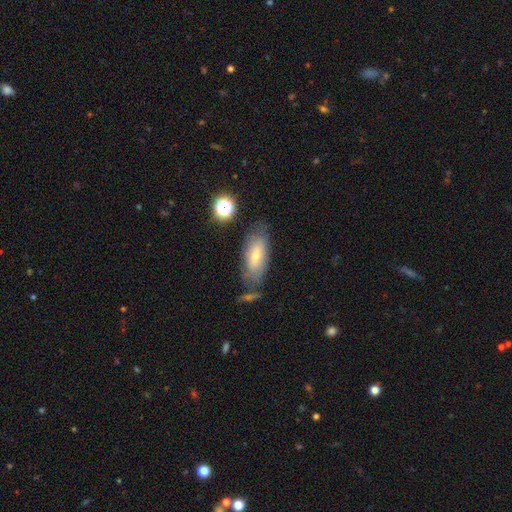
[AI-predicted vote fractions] smooth_or_featured: smooth (p=0.63) [alt: featured or disk p=0.27]
how_rounded: in between (p=0.82) [alt: cigar-shaped p=0.14]
merging: none (p=0.64) [alt: minor disturbance p=0.22]